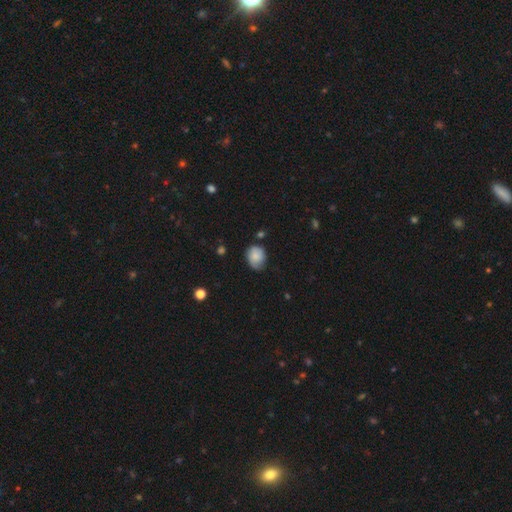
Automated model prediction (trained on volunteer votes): smooth_or_featured: smooth (p=0.75) [alt: featured or disk p=0.17]
how_rounded: round (p=0.52) [alt: in between p=0.47]
merging: none (p=0.53) [alt: minor disturbance p=0.36]